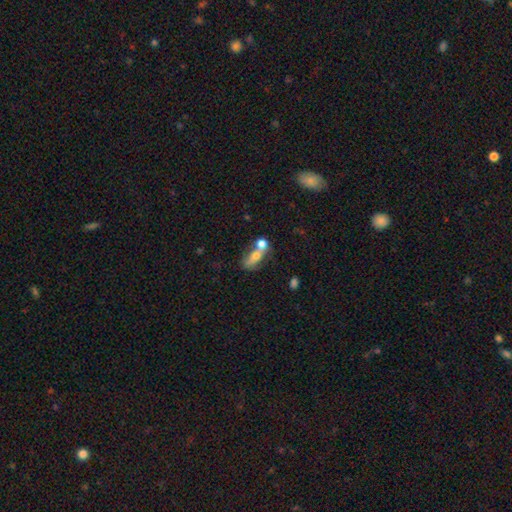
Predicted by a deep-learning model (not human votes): A smooth galaxy with no disk features (65%) that is in between round and cigar-shaped (66%).

Vote fractions:
- Smooth or featured? smooth: 65% / featured or disk: 25% / star or artifact: 10%
- How rounded? in between: 66% / cigar-shaped: 18% / round: 17%
- Merging? merger: 58% / none: 23% / minor disturbance: 10% / major disturbance: 9%